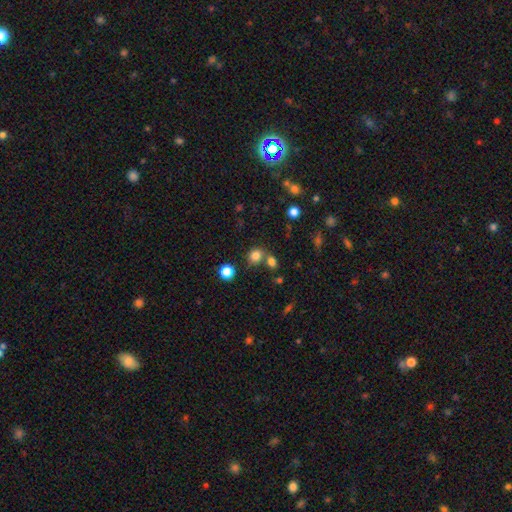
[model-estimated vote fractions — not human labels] Smooth or featured? smooth (80%)
How rounded? round (70%)
Merging? none (60%)